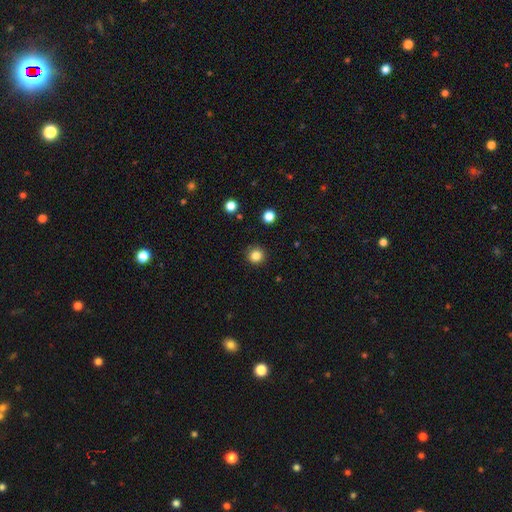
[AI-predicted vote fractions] Smooth or featured? smooth (84%)
How rounded? round (95%)
Merging? none (92%)